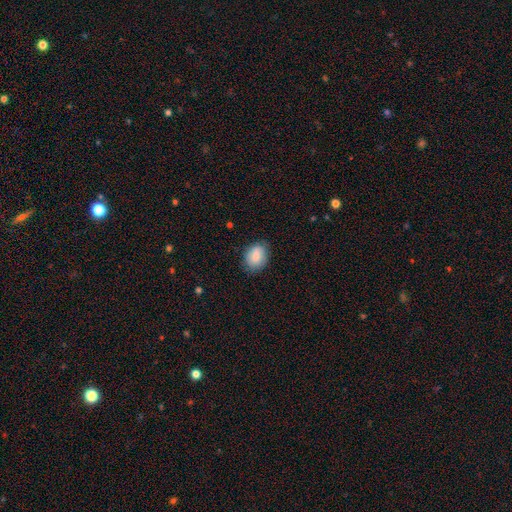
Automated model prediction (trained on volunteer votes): Smooth or featured? Predicted: smooth (p=0.83). How rounded? Predicted: in between (p=0.69). Merging? Predicted: none (p=0.77).